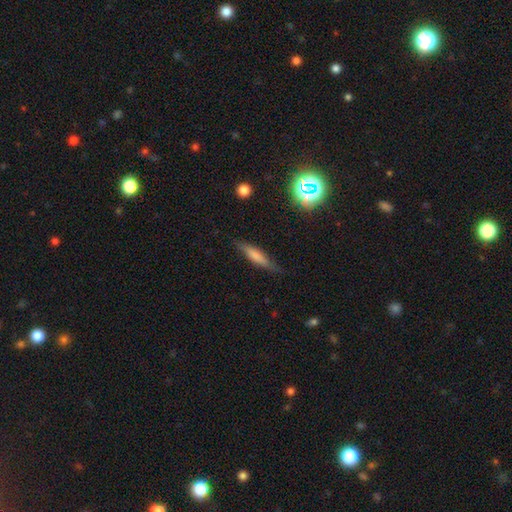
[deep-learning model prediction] smooth 58%, featured or disk 33%, star or artifact 9%. Down the decision tree: how rounded — cigar-shaped (80%); merging — none (79%).